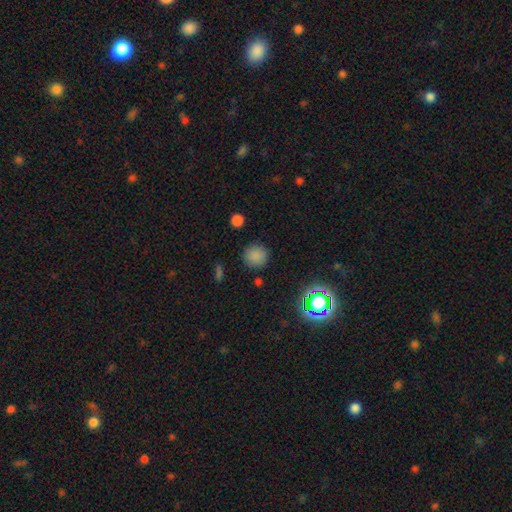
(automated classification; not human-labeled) smooth-or-featured: smooth: 80% | star or artifact: 15% | featured or disk: 5%
  how-rounded: round: 93% | in between: 6% | cigar-shaped: 1%
  merging: none: 87% | minor disturbance: 8% | major disturbance: 3% | merger: 2%